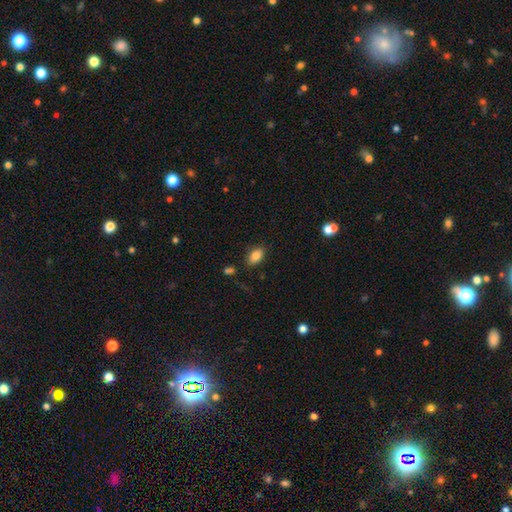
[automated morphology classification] smooth_or_featured: smooth (p=0.84) [alt: star or artifact p=0.08]
how_rounded: in between (p=0.90) [alt: round p=0.08]
merging: none (p=0.82) [alt: minor disturbance p=0.12]